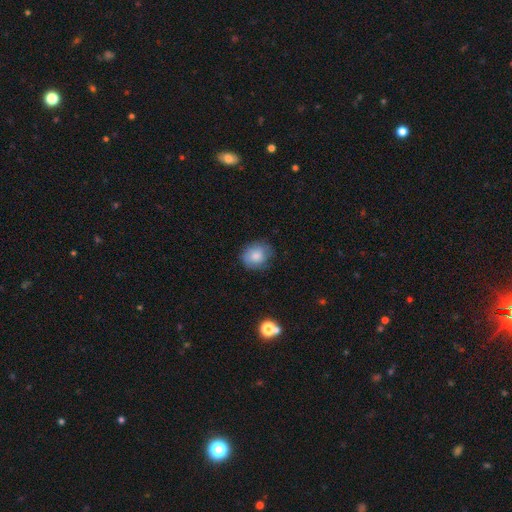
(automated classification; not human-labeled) The model was most divided on "how rounded": round: 69%, in between: 30%, cigar-shaped: 1%. More confident: smooth or featured — smooth (80%); merging — none (73%).